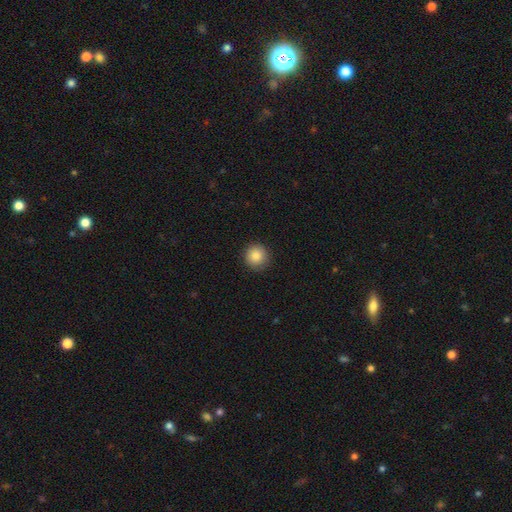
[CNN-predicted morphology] smooth-or-featured: smooth: 85% | star or artifact: 10% | featured or disk: 6%
  how-rounded: round: 95% | in between: 4% | cigar-shaped: 1%
  merging: none: 90% | minor disturbance: 7% | major disturbance: 2% | merger: 1%